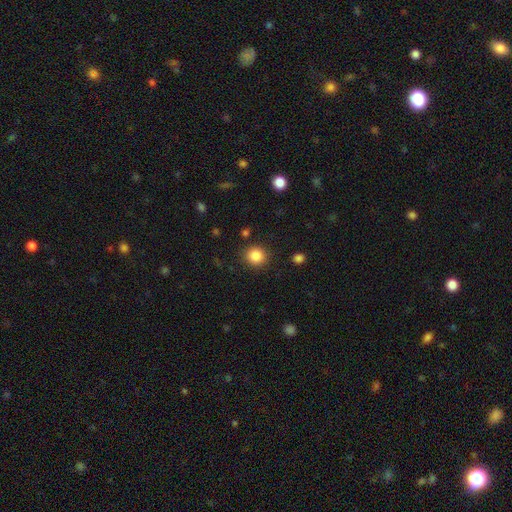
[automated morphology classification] smooth_or_featured: smooth (p=0.85) [alt: star or artifact p=0.11]
how_rounded: round (p=0.90) [alt: in between p=0.09]
merging: none (p=0.89) [alt: minor disturbance p=0.07]